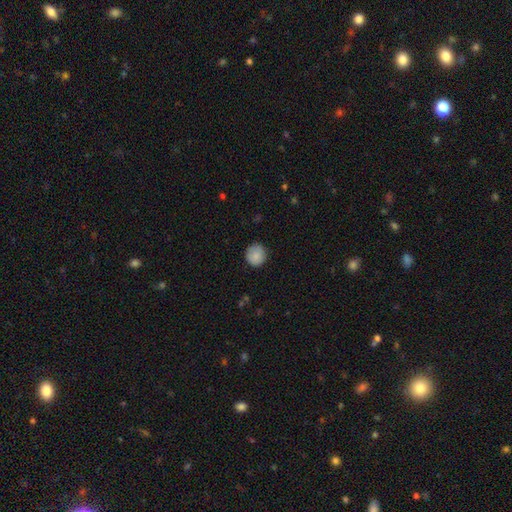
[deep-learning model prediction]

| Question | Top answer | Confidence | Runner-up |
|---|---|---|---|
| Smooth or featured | smooth | 87% | star or artifact (8%) |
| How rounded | round | 92% | in between (7%) |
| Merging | none | 85% | minor disturbance (12%) |